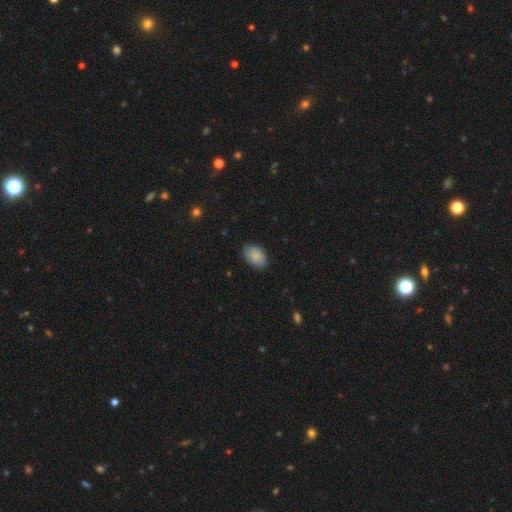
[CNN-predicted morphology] smooth_or_featured: smooth (p=0.84) [alt: featured or disk p=0.09]
how_rounded: in between (p=0.89) [alt: round p=0.10]
merging: none (p=0.77) [alt: minor disturbance p=0.19]